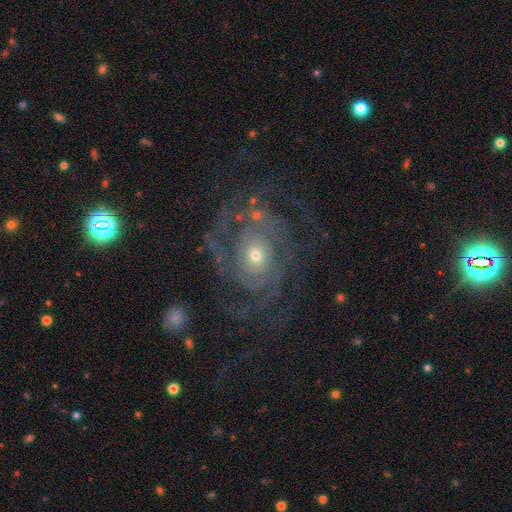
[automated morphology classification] Smooth or featured?
  - featured or disk: 87% *
  - smooth: 7%
  - star or artifact: 7%
Edge-on disk?
  - no: 97% *
  - yes: 3%
Bar?
  - no: 79% *
  - weak: 16%
  - strong: 5%
Spiral arms?
  - yes: 95% *
  - no: 5%
Spiral winding?
  - tight: 55% *
  - medium: 34%
  - loose: 11%
Spiral arm count?
  - 2: 26% *
  - can't tell: 23%
  - 3: 22%
  - 4: 13%
  - more than 4: 8%
  - 1: 8%
Bulge size?
  - small: 59% *
  - moderate: 36%
  - large: 3%
  - none: 1%
  - dominant: 1%
Merging?
  - none: 66% *
  - major disturbance: 16%
  - minor disturbance: 15%
  - merger: 2%